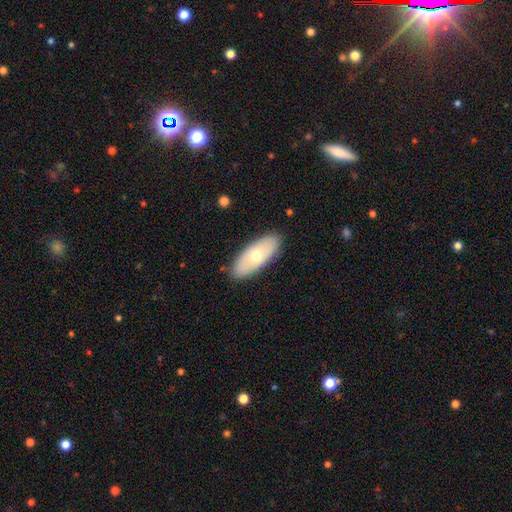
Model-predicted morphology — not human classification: type=smooth (59%); roundness=in between (84%); merging=none (86%).